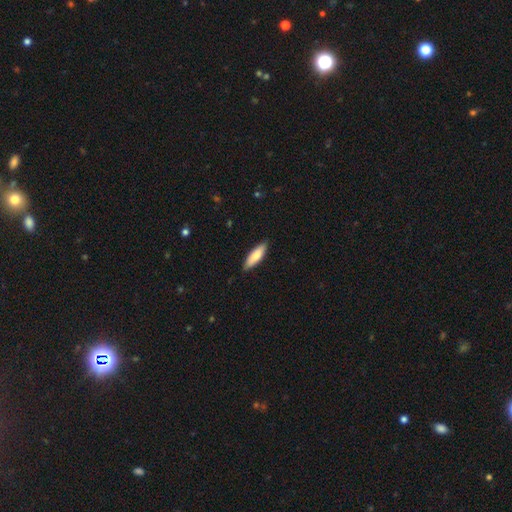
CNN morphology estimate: This is likely a smooth galaxy (78%). How rounded: possibly cigar-shaped (52%). Merging: clearly none (87%).